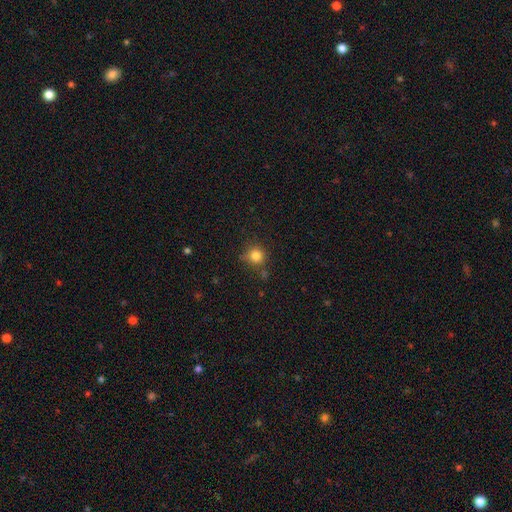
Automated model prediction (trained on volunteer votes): smooth-or-featured: smooth: 81% | star or artifact: 13% | featured or disk: 6%
  how-rounded: round: 90% | in between: 9% | cigar-shaped: 1%
  merging: none: 74% | minor disturbance: 16% | merger: 5% | major disturbance: 4%